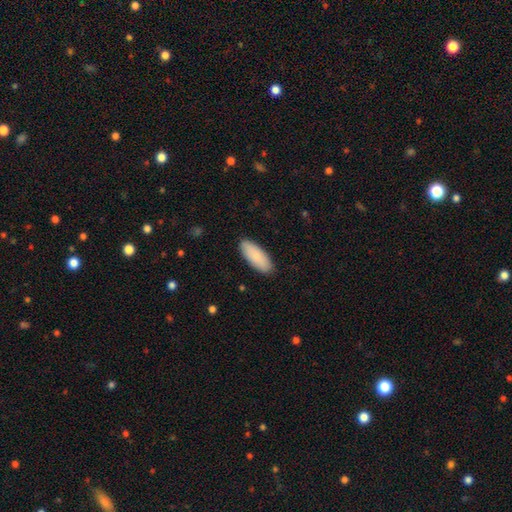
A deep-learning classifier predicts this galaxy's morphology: Overall: smooth (88%). How rounded: in between (79%). Merging: none (89%).